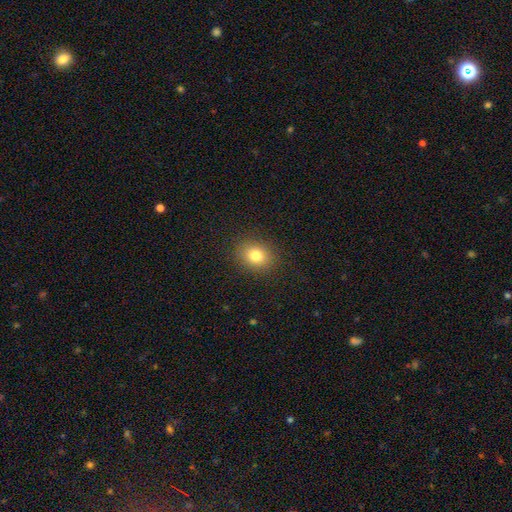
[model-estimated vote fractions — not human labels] This is clearly a smooth galaxy (80%). How rounded: possibly round (57%). Merging: clearly none (89%).